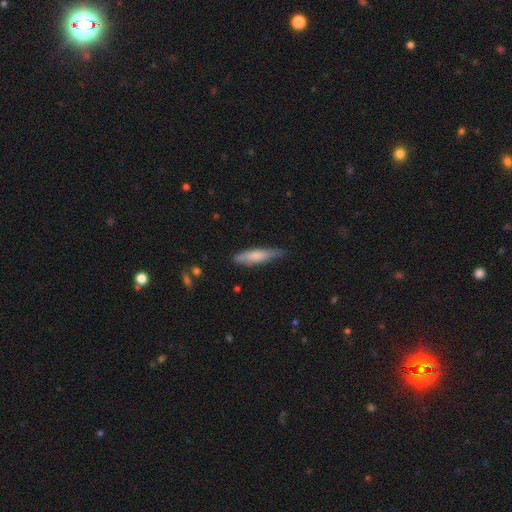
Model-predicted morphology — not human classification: smooth_or_featured: smooth (p=0.68) [alt: featured or disk p=0.26]
how_rounded: cigar-shaped (p=0.77) [alt: in between p=0.21]
merging: none (p=0.72) [alt: minor disturbance p=0.23]